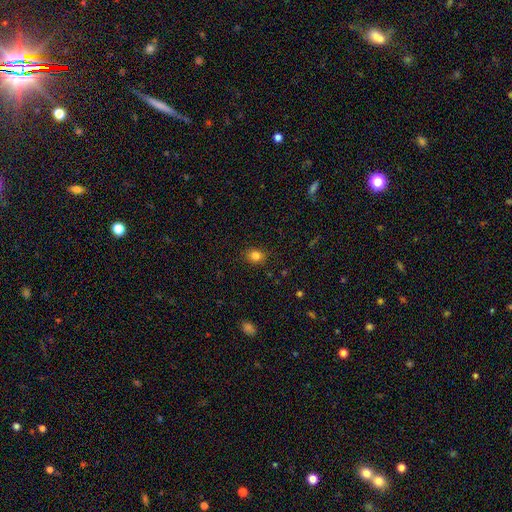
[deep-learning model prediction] Morphology: type=smooth (83%); roundness=round (59%); merging=none (87%).